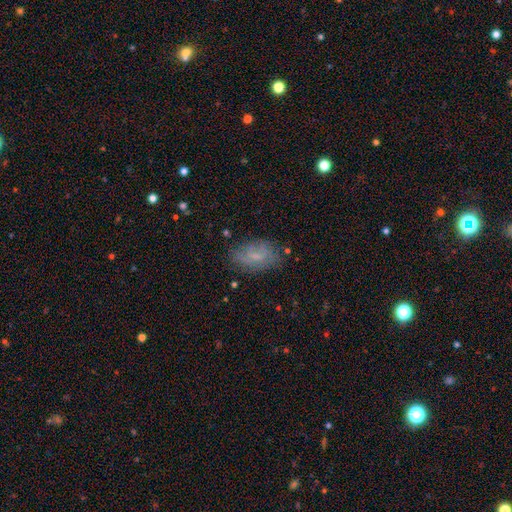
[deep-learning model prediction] Smooth or featured: smooth — 54% (featured or disk — 35%)
How rounded: in between — 90% (round — 7%)
Merging: none — 66% (minor disturbance — 23%)